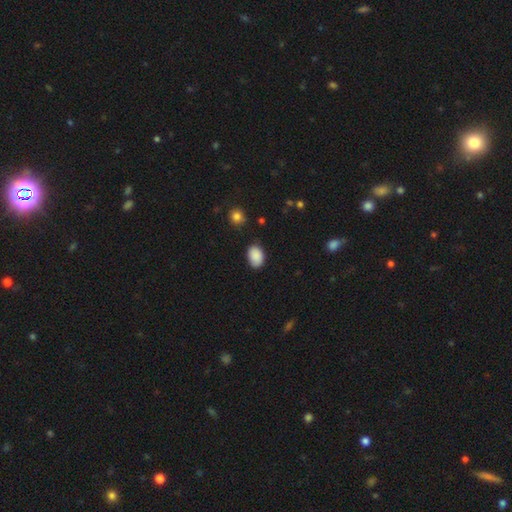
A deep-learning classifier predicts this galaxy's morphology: smooth_or_featured: smooth (p=0.89) [alt: star or artifact p=0.07]
how_rounded: in between (p=0.85) [alt: round p=0.14]
merging: none (p=0.81) [alt: minor disturbance p=0.14]